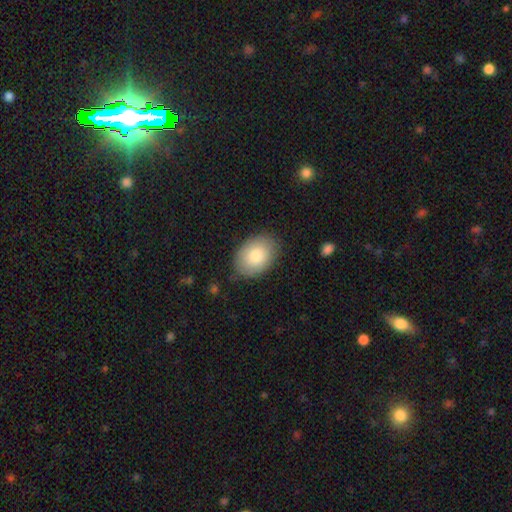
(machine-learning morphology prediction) The model was most divided on "how rounded": in between: 79%, round: 20%, cigar-shaped: 1%. More confident: merging — none (83%); smooth or featured — smooth (81%).